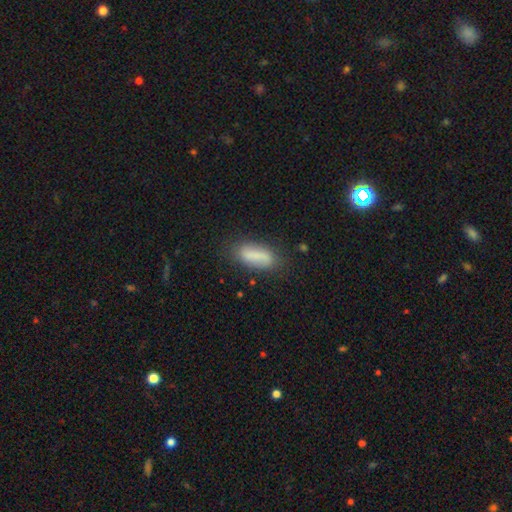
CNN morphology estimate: The model was most divided on "how rounded": in between: 72%, cigar-shaped: 25%, round: 3%. More confident: smooth or featured — smooth (75%); merging — none (73%).